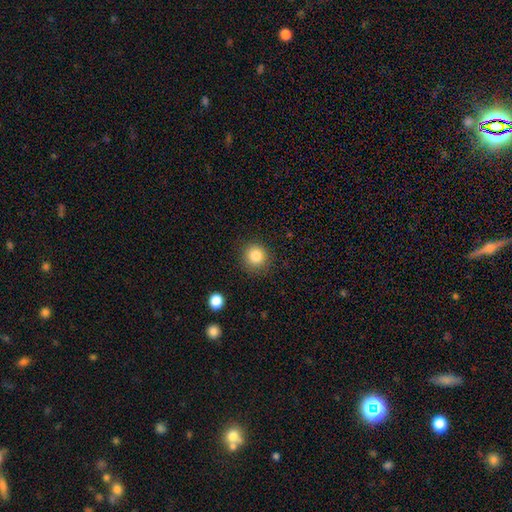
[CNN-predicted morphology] The model was most divided on "smooth or featured": smooth: 84%, star or artifact: 11%, featured or disk: 5%. More confident: how rounded — round (91%); merging — none (88%).